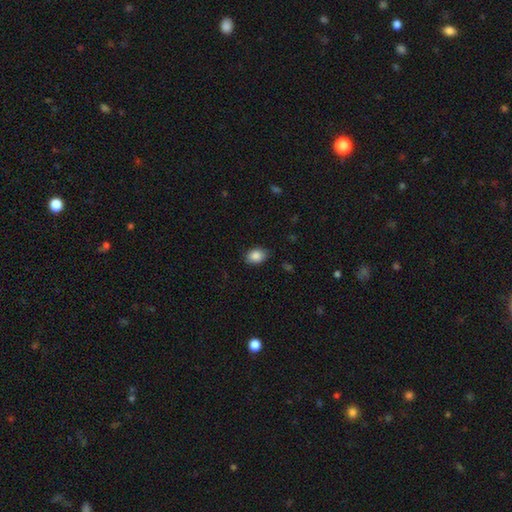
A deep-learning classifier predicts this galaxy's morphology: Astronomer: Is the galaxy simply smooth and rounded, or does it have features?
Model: smooth — 88%.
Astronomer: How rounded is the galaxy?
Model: in between — 76%.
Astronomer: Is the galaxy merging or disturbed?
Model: none — 84%.